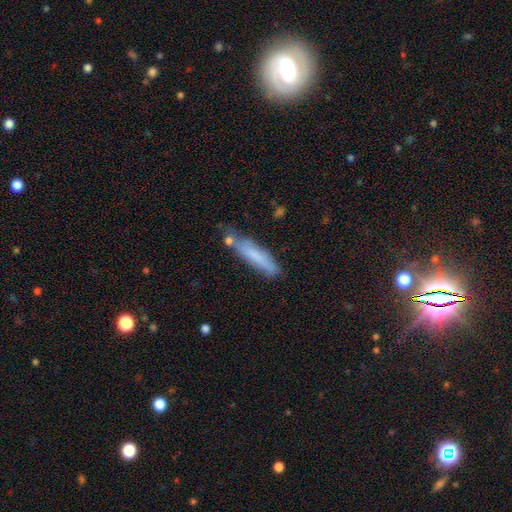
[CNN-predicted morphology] smooth 74%, featured or disk 19%, star or artifact 7%. Down the decision tree: how rounded — cigar-shaped (82%); merging — none (65%).